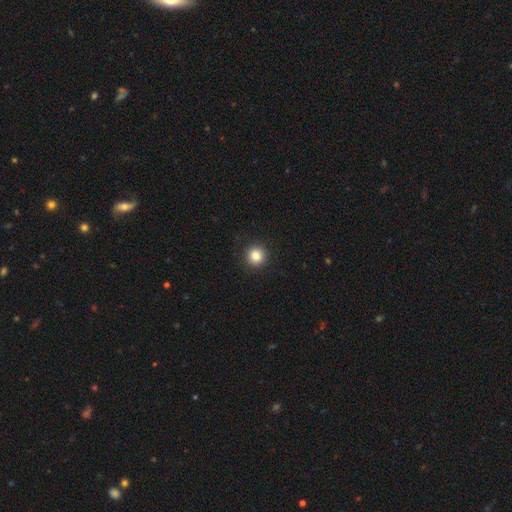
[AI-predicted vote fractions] Overall: smooth (84%). How rounded: round (94%). Merging: none (93%).